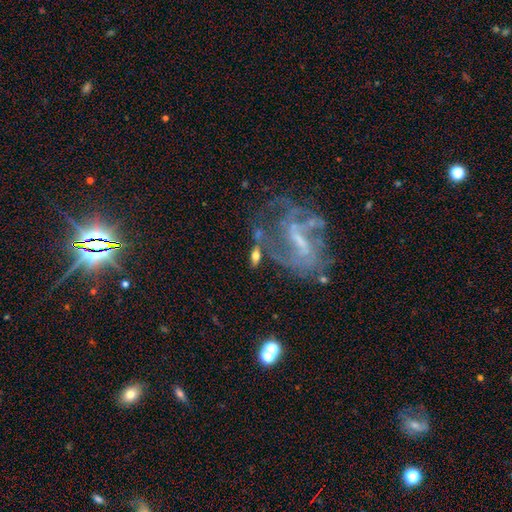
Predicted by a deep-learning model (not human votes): Overall: featured or disk (51%; smooth 40%). Edge-on disk: no (70%). Merging: none (57%; minor disturbance 18%).